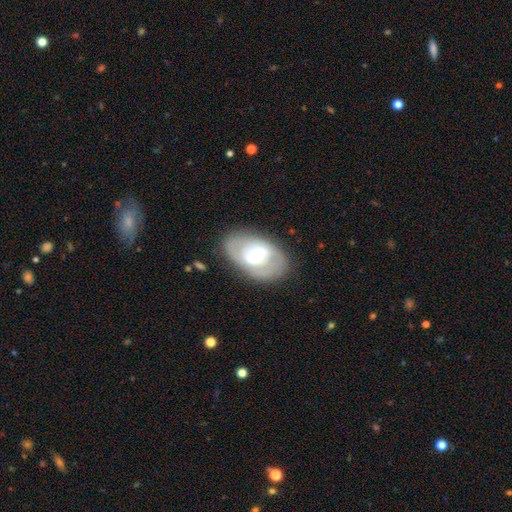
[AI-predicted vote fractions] smooth_or_featured: featured or disk (p=0.65) [alt: smooth p=0.28]
disk_edge_on: no (p=0.93) [alt: yes p=0.07]
bar: weak (p=0.44) [alt: strong p=0.43]
has_spiral_arms: yes (p=0.58) [alt: no p=0.42]
bulge_size: moderate (p=0.58) [alt: large p=0.20]
merging: none (p=0.78) [alt: minor disturbance p=0.15]